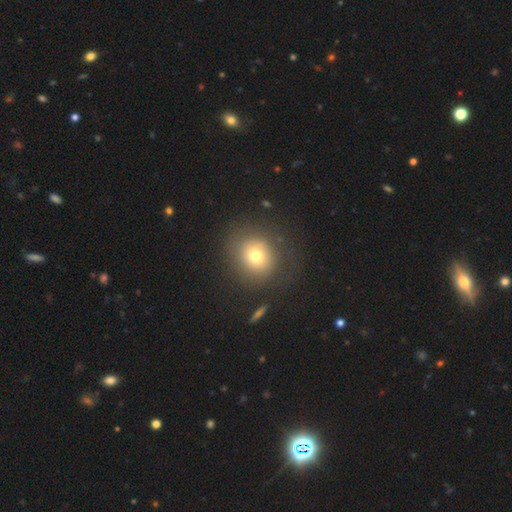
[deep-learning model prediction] A smooth galaxy with no disk features (72%) that is round (83%).

Vote fractions:
- Smooth or featured? smooth: 72% / featured or disk: 15% / star or artifact: 13%
- How rounded? round: 83% / in between: 16% / cigar-shaped: 1%
- Merging? none: 78% / minor disturbance: 13% / major disturbance: 7% / merger: 2%